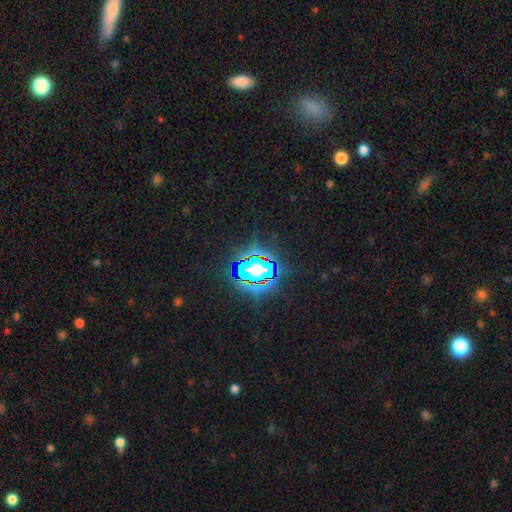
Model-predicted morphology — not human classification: The model was most divided on "smooth or featured": star or artifact: 81%, smooth: 12%, featured or disk: 7%.